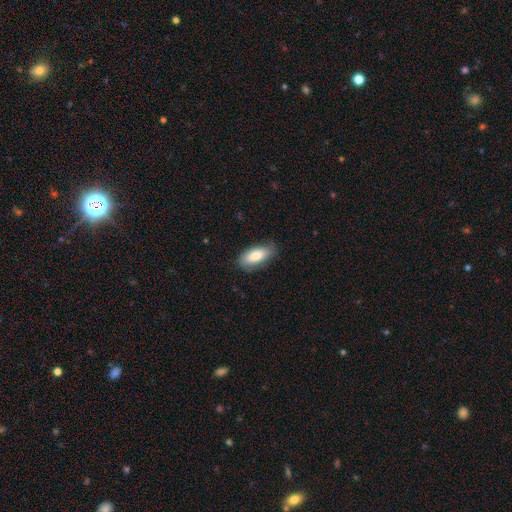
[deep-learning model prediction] A smooth galaxy with no disk features (79%) that is in between round and cigar-shaped (87%).

Vote fractions:
- Smooth or featured? smooth: 79% / featured or disk: 14% / star or artifact: 6%
- How rounded? in between: 87% / cigar-shaped: 10% / round: 3%
- Merging? none: 78% / minor disturbance: 17% / major disturbance: 4% / merger: 1%